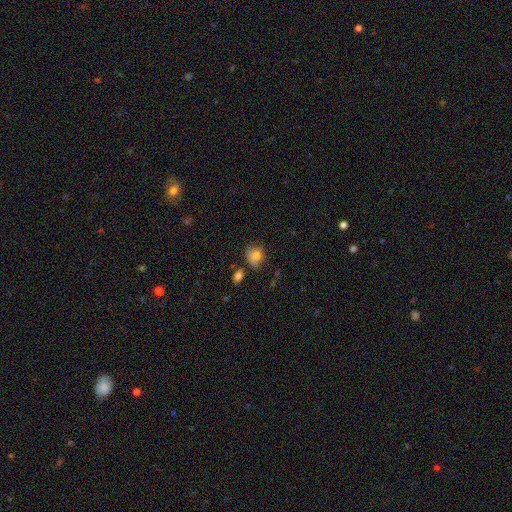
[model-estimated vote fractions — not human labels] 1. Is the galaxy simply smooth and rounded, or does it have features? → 79% smooth, 11% featured or disk, 10% star or artifact.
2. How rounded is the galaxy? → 57% round, 42% in between, 1% cigar-shaped.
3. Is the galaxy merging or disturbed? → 59% none, 27% minor disturbance, 8% major disturbance, 6% merger.